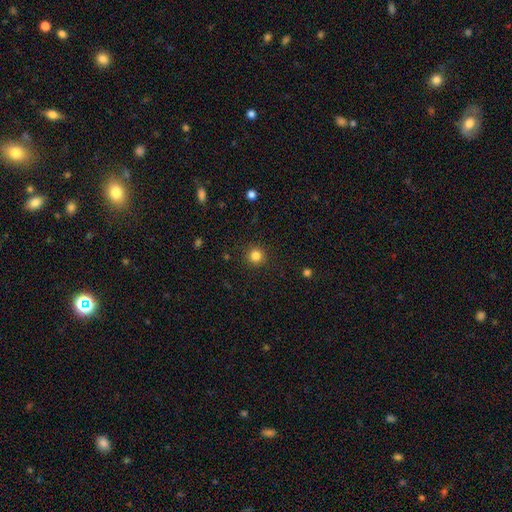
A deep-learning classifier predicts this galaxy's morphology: The model was most divided on "smooth or featured": smooth: 83%, star or artifact: 12%, featured or disk: 5%. More confident: how rounded — round (94%); merging — none (91%).